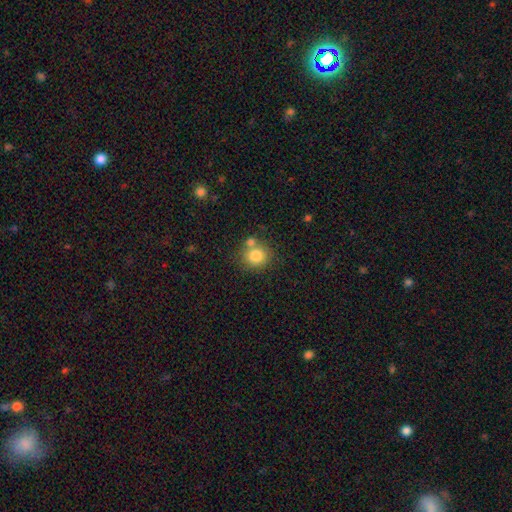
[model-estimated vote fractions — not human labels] A smooth galaxy with no disk features (81%) that is round (84%).

Vote fractions:
- Smooth or featured? smooth: 81% / star or artifact: 11% / featured or disk: 8%
- How rounded? round: 84% / in between: 15% / cigar-shaped: 1%
- Merging? none: 63% / merger: 23% / minor disturbance: 11% / major disturbance: 4%